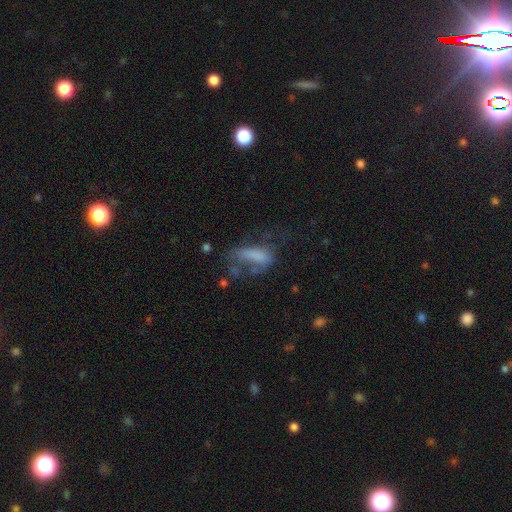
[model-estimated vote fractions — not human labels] Smooth or featured?
  - smooth: 58% *
  - featured or disk: 28%
  - star or artifact: 14%
How rounded?
  - in between: 71% *
  - cigar-shaped: 25%
  - round: 4%
Merging?
  - major disturbance: 46% *
  - none: 25%
  - minor disturbance: 20%
  - merger: 8%